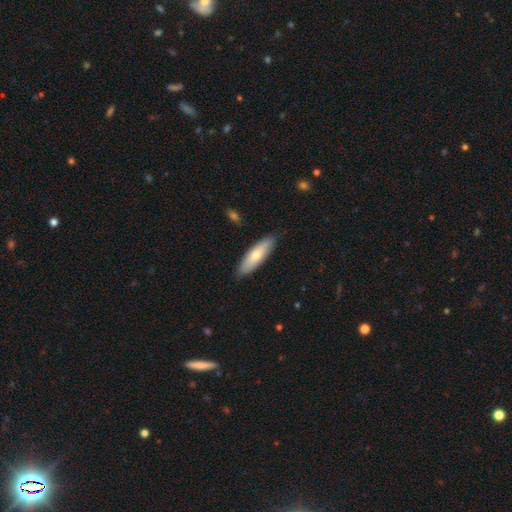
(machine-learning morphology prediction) type=smooth (70%); roundness=cigar-shaped (51%); merging=none (86%).